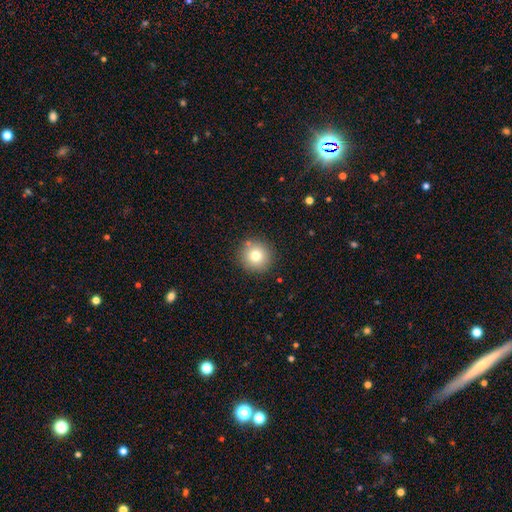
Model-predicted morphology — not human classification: smooth_or_featured: smooth (p=0.77) [alt: star or artifact p=0.12]
how_rounded: round (p=0.95) [alt: in between p=0.04]
merging: none (p=0.88) [alt: minor disturbance p=0.07]